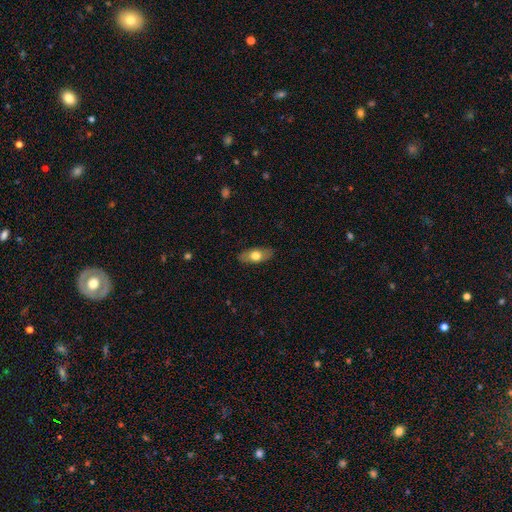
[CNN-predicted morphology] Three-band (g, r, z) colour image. It shows a smooth galaxy with no disk features (67%) that is in between round and cigar-shaped (82%). Merging: none (87%).